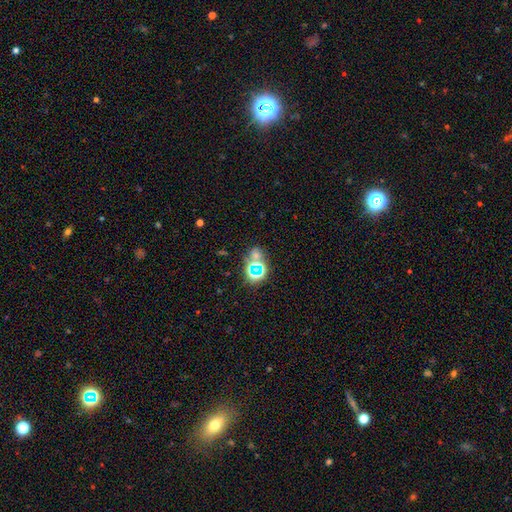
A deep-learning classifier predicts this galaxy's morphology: This appears to be a star or artifact, not a galaxy (52%).